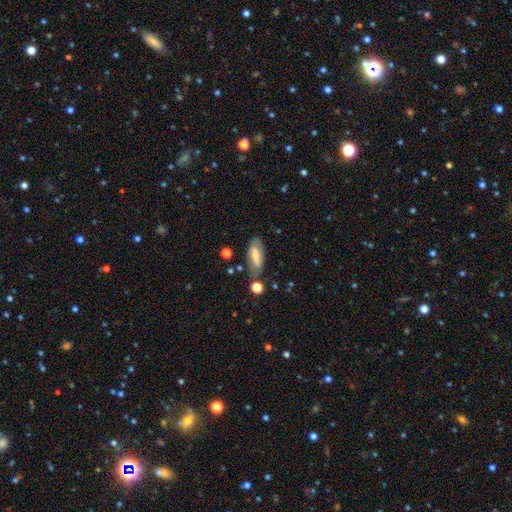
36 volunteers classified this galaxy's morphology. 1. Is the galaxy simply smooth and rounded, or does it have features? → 61% featured or disk, 36% smooth, 3% star or artifact.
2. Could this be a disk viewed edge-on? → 68% no, 32% yes.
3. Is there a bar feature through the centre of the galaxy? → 67% strong, 20% no, 13% weak.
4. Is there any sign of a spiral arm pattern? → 60% yes, 40% no.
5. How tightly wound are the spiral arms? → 44% tight (tied), 44% loose (tied), 11% medium.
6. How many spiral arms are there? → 56% 2, 33% can't tell, 11% 1, 0% 3, 0% 4, 0% more than 4.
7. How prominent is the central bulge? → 40% small, 27% moderate, 20% large, 7% dominant, 7% none.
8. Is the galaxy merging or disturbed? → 54% none, 26% minor disturbance, 11% merger, 9% major disturbance.